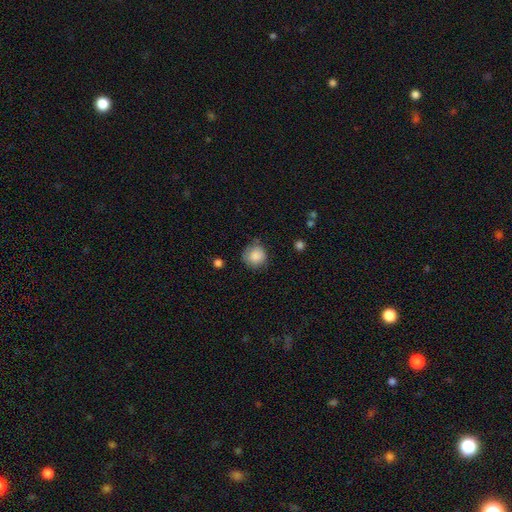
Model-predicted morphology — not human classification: The model was most divided on "merging": none: 70%, minor disturbance: 22%, major disturbance: 5%, merger: 2%. More confident: how rounded — round (90%); smooth or featured — smooth (86%).